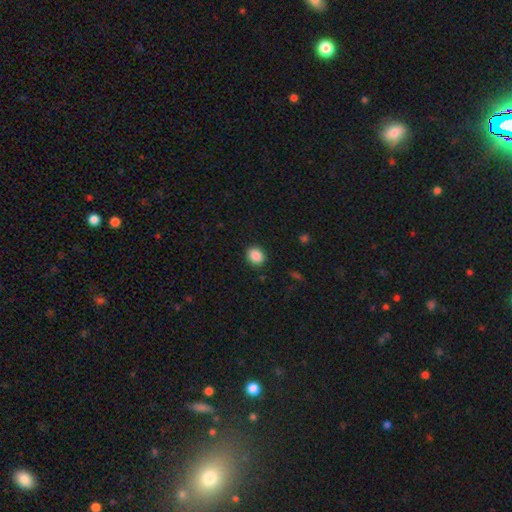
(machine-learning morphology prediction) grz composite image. It shows a smooth galaxy with no disk features (89%) that is round (51%). Merging: none (89%).